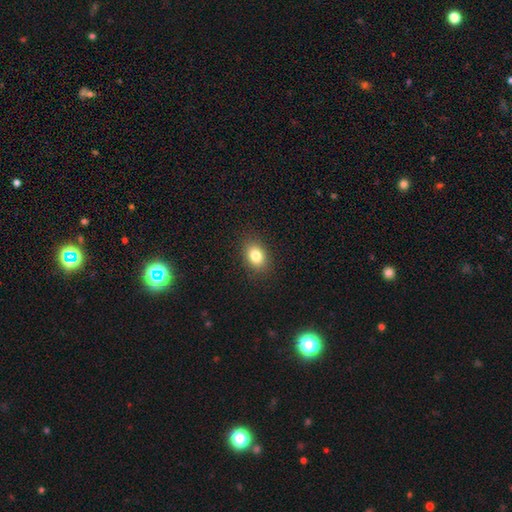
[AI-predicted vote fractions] A smooth galaxy with no disk features (81%) that is in between round and cigar-shaped (72%). Merging: none (88%).